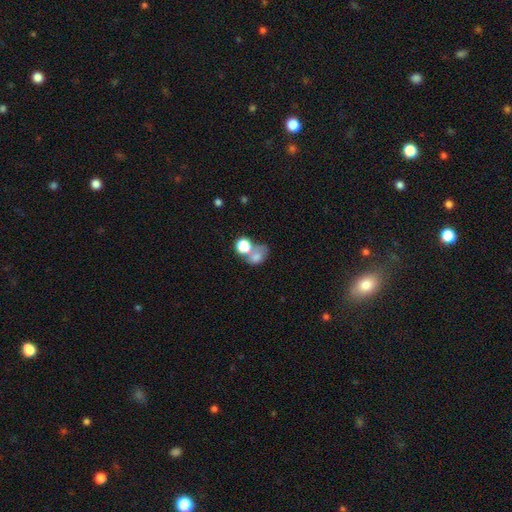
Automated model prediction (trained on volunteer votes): Smooth or featured?
  - smooth: 68% *
  - featured or disk: 17%
  - star or artifact: 15%
How rounded?
  - in between: 59% *
  - round: 40%
  - cigar-shaped: 1%
Merging?
  - merger: 48% *
  - none: 25%
  - major disturbance: 14%
  - minor disturbance: 12%